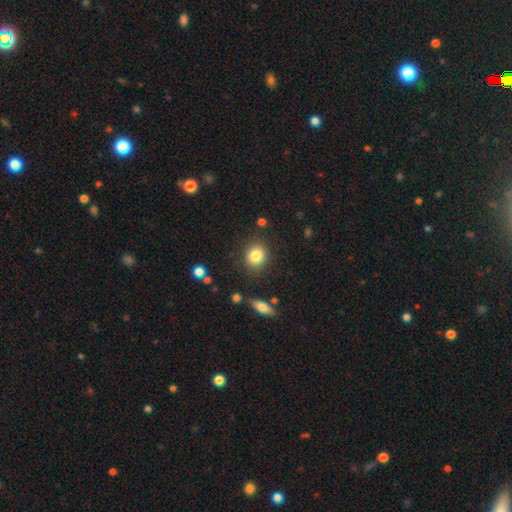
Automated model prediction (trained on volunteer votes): The model was most divided on "how rounded": round: 69%, in between: 30%, cigar-shaped: 1%. More confident: merging — none (85%); smooth or featured — smooth (84%).